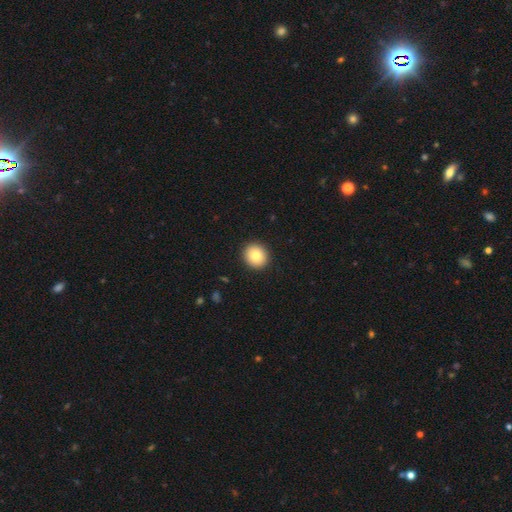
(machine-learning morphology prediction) This appears to be a smooth galaxy with no disk features (81%) that is round (86%). Merging: none (93%).